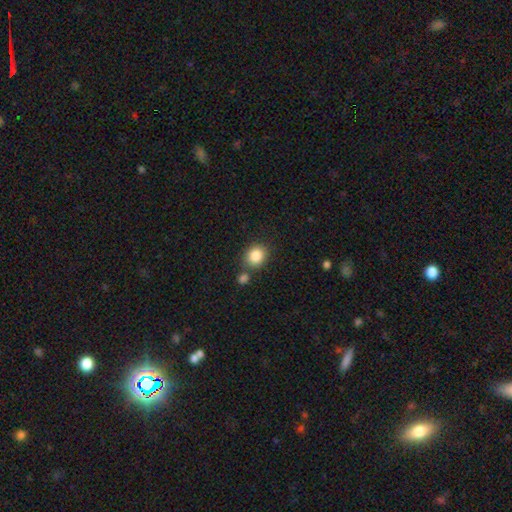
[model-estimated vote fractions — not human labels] A smooth galaxy with no disk features (85%) that is round (73%).

Vote fractions:
- Smooth or featured? smooth: 85% / star or artifact: 9% / featured or disk: 5%
- How rounded? round: 73% / in between: 26% / cigar-shaped: 1%
- Merging? none: 71% / merger: 14% / minor disturbance: 11% / major disturbance: 3%